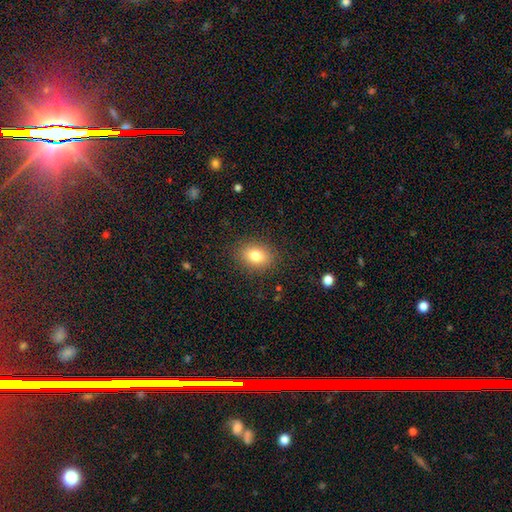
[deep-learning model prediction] Morphology: type=smooth (81%); roundness=in between (69%); merging=none (87%).